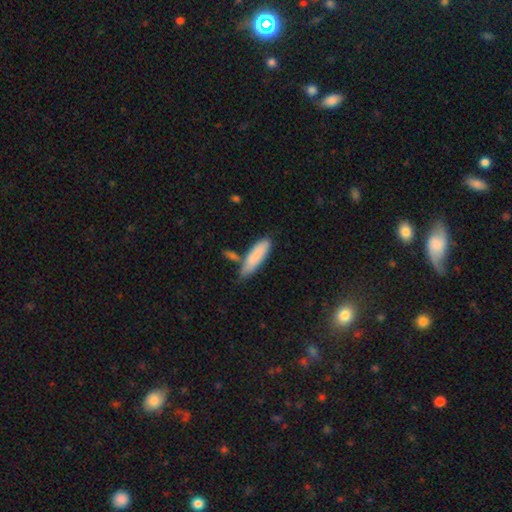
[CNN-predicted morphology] smooth 84%, featured or disk 10%, star or artifact 6%. Down the decision tree: how rounded — cigar-shaped (59%); merging — none (61%).